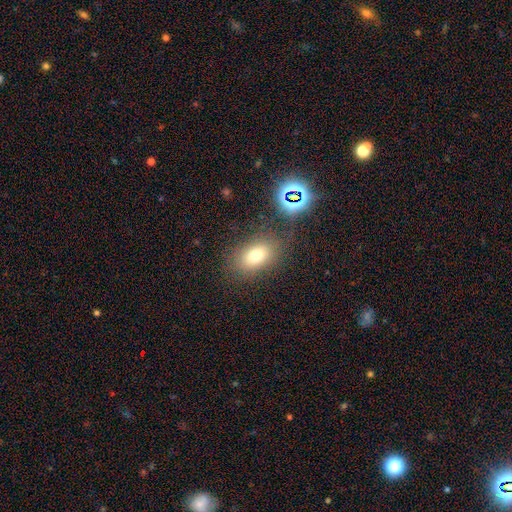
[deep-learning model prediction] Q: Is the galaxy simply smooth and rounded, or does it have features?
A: smooth — 72%.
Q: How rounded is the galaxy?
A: in between — 80%.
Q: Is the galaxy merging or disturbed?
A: none — 76%.